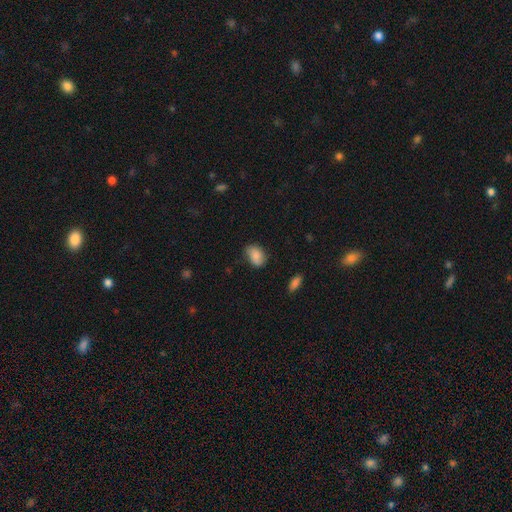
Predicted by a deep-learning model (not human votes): Smooth or featured: smooth — 85% (star or artifact — 7%)
How rounded: in between — 82% (round — 17%)
Merging: none — 69% (minor disturbance — 25%)